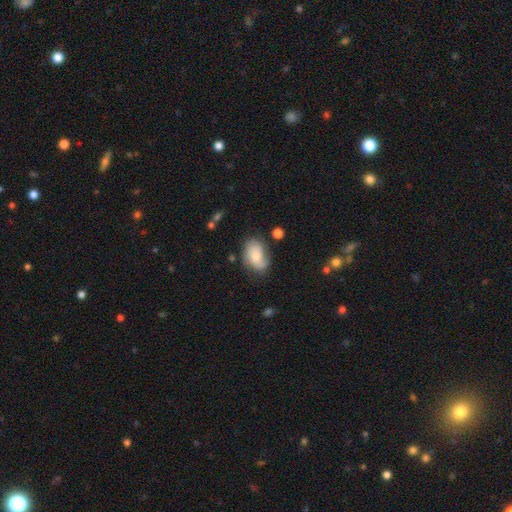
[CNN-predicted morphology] A smooth galaxy with no disk features (48%).

Vote fractions:
- Smooth or featured? smooth: 48% / featured or disk: 44% / star or artifact: 8%
- Merging? none: 60% / minor disturbance: 26% / major disturbance: 10% / merger: 3%